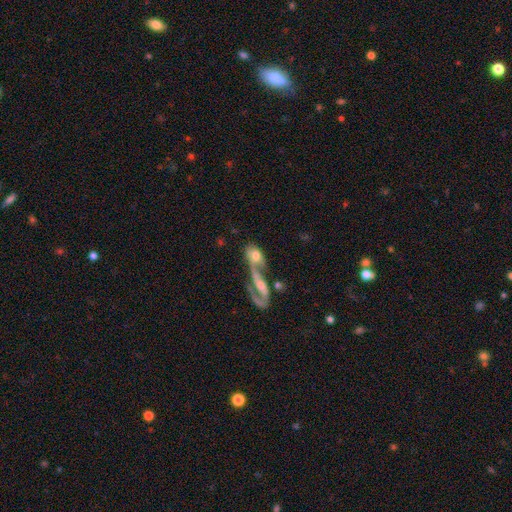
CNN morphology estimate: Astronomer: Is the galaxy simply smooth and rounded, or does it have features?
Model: featured or disk — 47% (runner-up: smooth, 45%).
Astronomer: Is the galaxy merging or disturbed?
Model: merger — 70%.